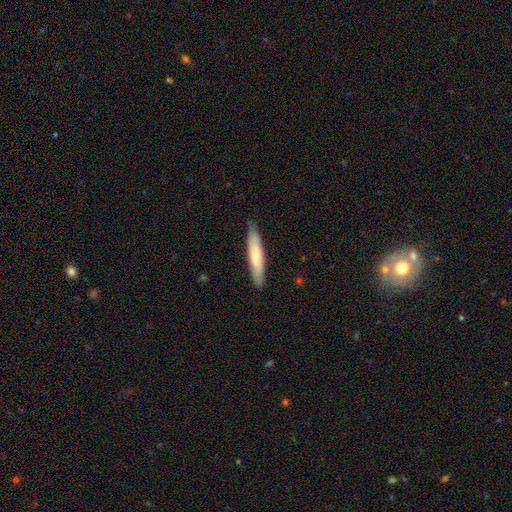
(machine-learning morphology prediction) Q: Smooth or featured?
A: smooth (69%); runner-up: featured or disk (26%)
Q: How rounded?
A: cigar-shaped (89%); runner-up: in between (10%)
Q: Merging?
A: none (86%); runner-up: minor disturbance (11%)